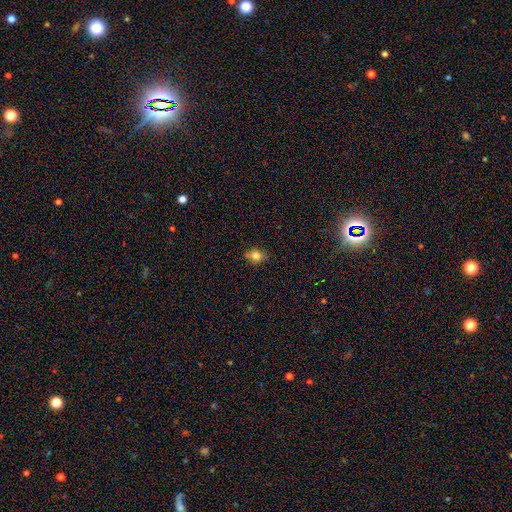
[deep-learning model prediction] Overall: smooth (78%). How rounded: in between (51%; round 47%). Merging: none (74%).